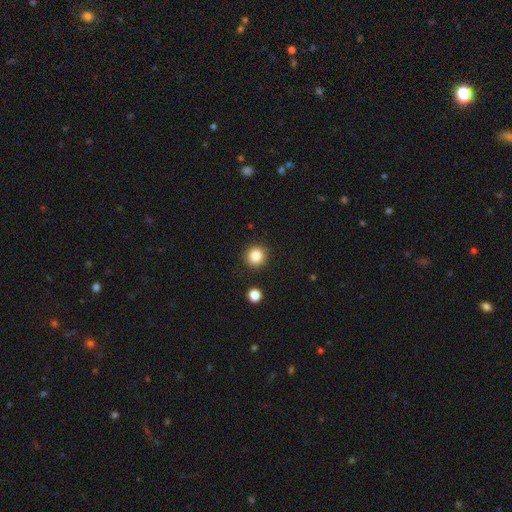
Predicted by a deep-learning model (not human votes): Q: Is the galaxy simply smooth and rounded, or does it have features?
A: smooth — 86%.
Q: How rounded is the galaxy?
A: round — 93%.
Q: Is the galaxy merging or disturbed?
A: none — 90%.